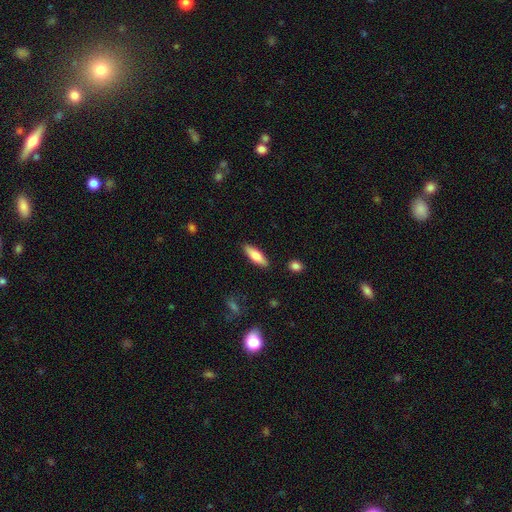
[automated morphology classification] The model was most divided on "how rounded": cigar-shaped: 54%, in between: 44%, round: 2%. More confident: merging — none (88%); smooth or featured — smooth (73%).